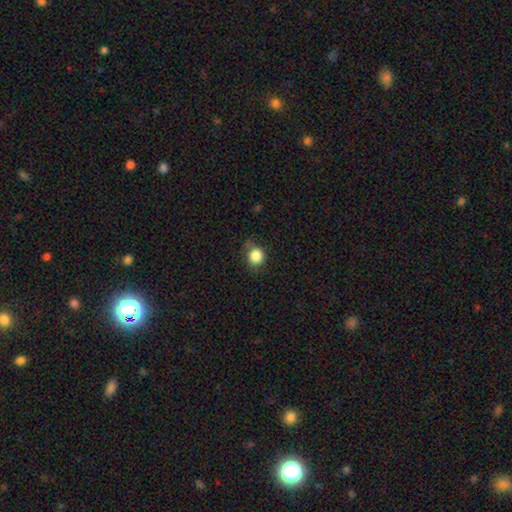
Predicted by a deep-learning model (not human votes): The model was most divided on "merging": none: 73%, minor disturbance: 20%, major disturbance: 5%, merger: 1%. More confident: smooth or featured — smooth (85%); how rounded — round (83%).